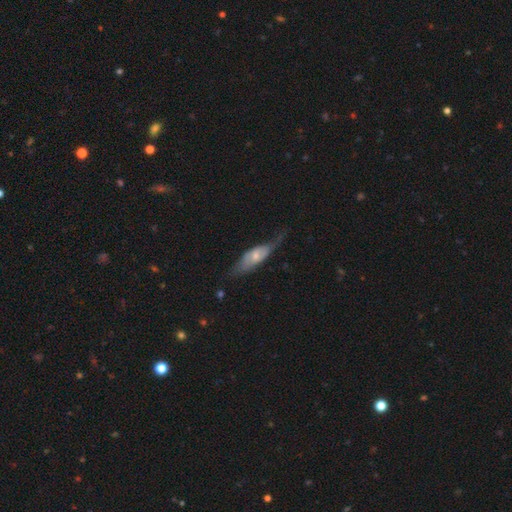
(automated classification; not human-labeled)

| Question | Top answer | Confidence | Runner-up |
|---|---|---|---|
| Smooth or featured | featured or disk | 49% | smooth (45%) |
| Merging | none | 42% | minor disturbance (32%) |